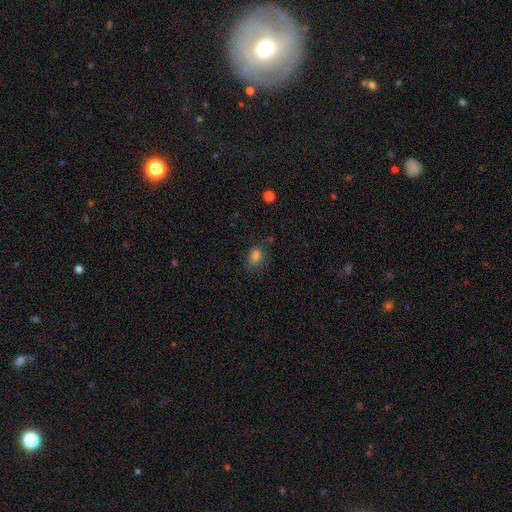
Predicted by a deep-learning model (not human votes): Overall: smooth (80%). How rounded: in between (69%; round 29%). Merging: none (60%; minor disturbance 25%).